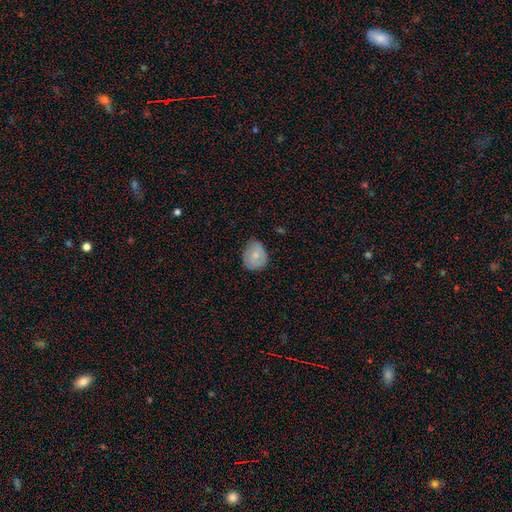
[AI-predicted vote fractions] This is likely a smooth galaxy (73%). How rounded: possibly round (52%). Merging: likely none (62%).